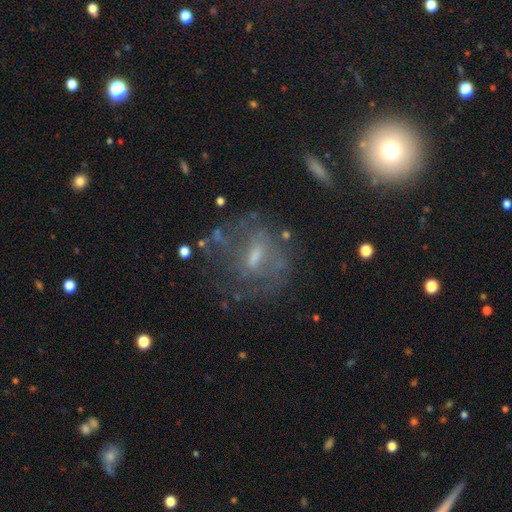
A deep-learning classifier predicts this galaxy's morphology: Smooth or featured: featured or disk — 67% (smooth — 21%)
Edge-on disk: no — 94% (yes — 6%)
Bar: weak — 55% (no — 26%)
Spiral arms: yes — 67% (no — 33%)
Bulge size: moderate — 41% (tied with small — 41%)
Merging: none — 62% (minor disturbance — 18%)